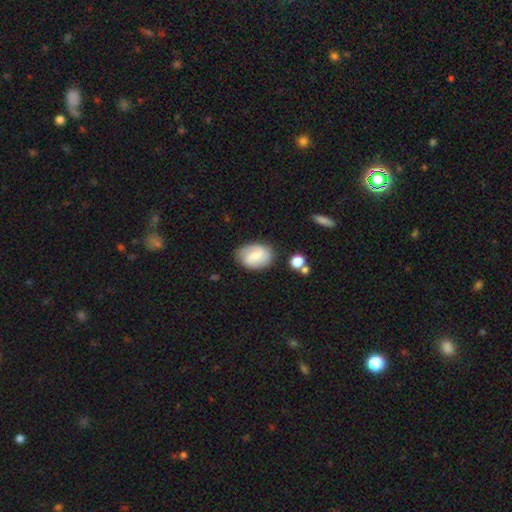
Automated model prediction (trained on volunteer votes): Smooth or featured? Predicted: smooth (p=0.61). How rounded? Predicted: in between (p=0.76). Merging? Predicted: none (p=0.71).